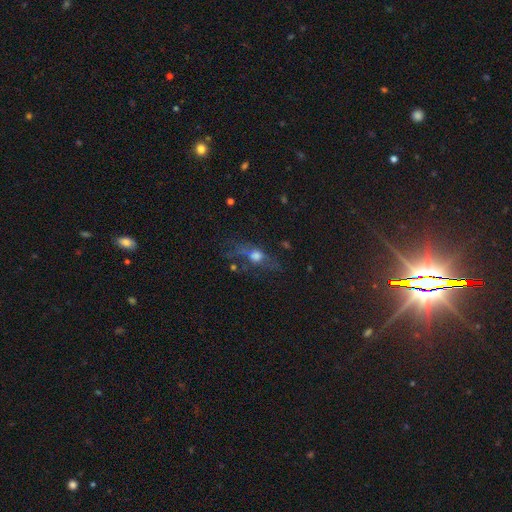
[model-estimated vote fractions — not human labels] Q: Smooth or featured?
A: featured or disk (42%); runner-up: smooth (38%)
Q: Merging?
A: none (50%); runner-up: major disturbance (25%)